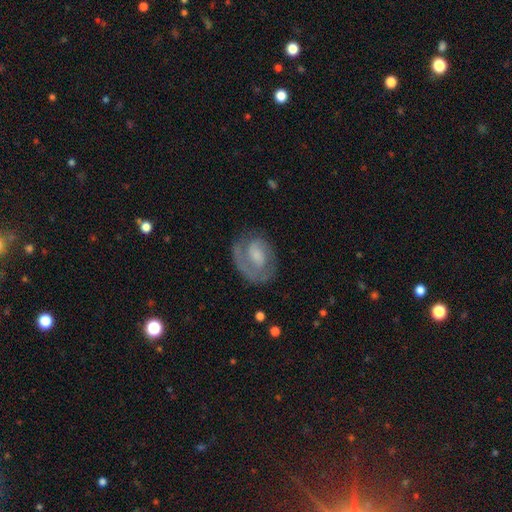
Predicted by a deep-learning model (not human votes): Overall: featured or disk (70%). Edge-on disk: no (97%). Bar: no (51%; weak 40%). Spiral arms: yes (85%). Spiral arm count: 1 (51%; 2 31%). Spiral winding: tight (49%; medium 36%). Bulge size: small (37%; moderate 31%). Merging: none (63%).